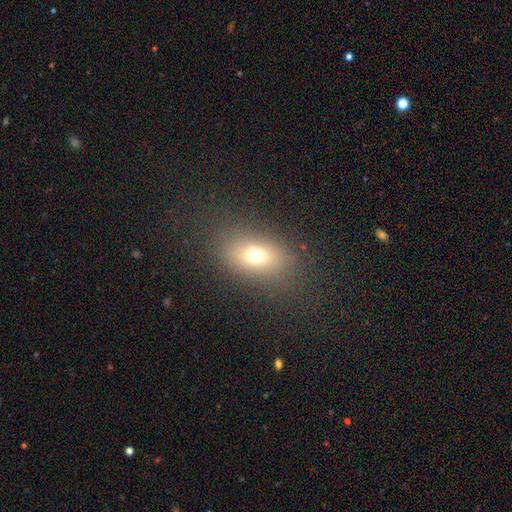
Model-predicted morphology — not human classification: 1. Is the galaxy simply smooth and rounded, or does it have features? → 67% smooth, 18% star or artifact, 16% featured or disk.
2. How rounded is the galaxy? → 69% in between, 29% round, 3% cigar-shaped.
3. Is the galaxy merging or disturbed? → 80% none, 11% minor disturbance, 8% major disturbance, 1% merger.